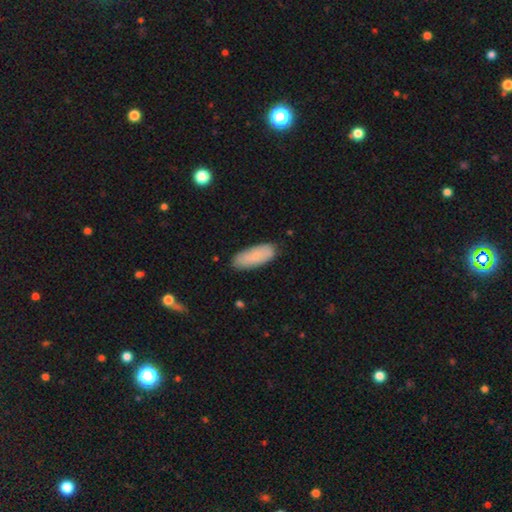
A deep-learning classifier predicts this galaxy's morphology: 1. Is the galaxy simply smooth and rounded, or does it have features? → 82% smooth, 12% featured or disk, 6% star or artifact.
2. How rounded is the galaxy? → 75% in between, 23% cigar-shaped, 2% round.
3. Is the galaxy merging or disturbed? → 84% none, 13% minor disturbance, 2% major disturbance, 1% merger.